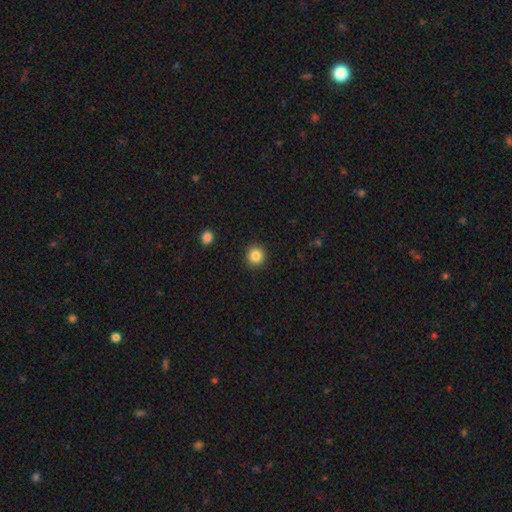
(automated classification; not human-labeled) Smooth or featured?
  - smooth: 85% *
  - star or artifact: 10%
  - featured or disk: 5%
How rounded?
  - round: 92% *
  - in between: 7%
  - cigar-shaped: 1%
Merging?
  - none: 92% *
  - minor disturbance: 5%
  - major disturbance: 2%
  - merger: 1%